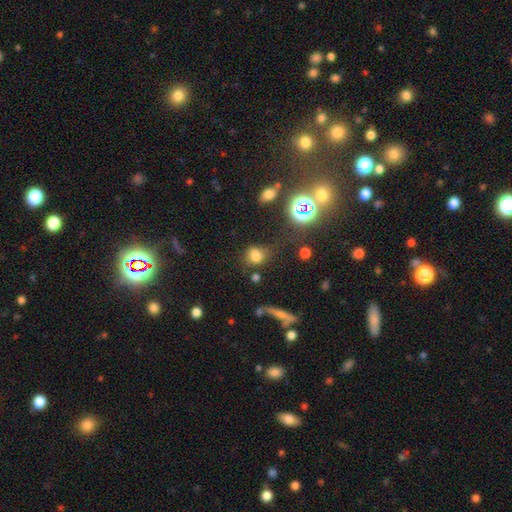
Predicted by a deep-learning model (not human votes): Morphology: type=smooth (69%); roundness=in between (49%, tied with round); merging=none (54%).